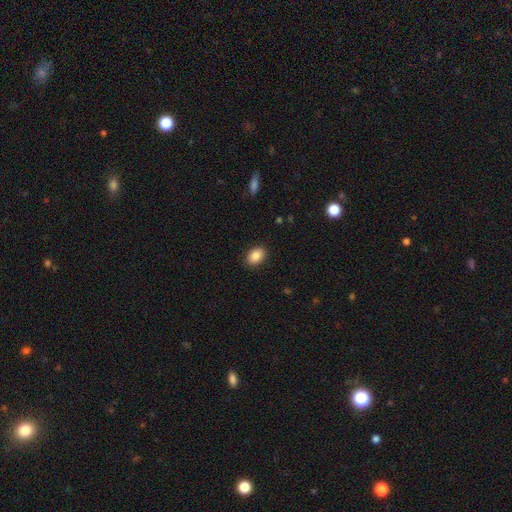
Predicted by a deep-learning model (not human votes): Smooth or featured: smooth — 86% (star or artifact — 8%)
How rounded: in between — 78% (round — 21%)
Merging: none — 89% (minor disturbance — 8%)